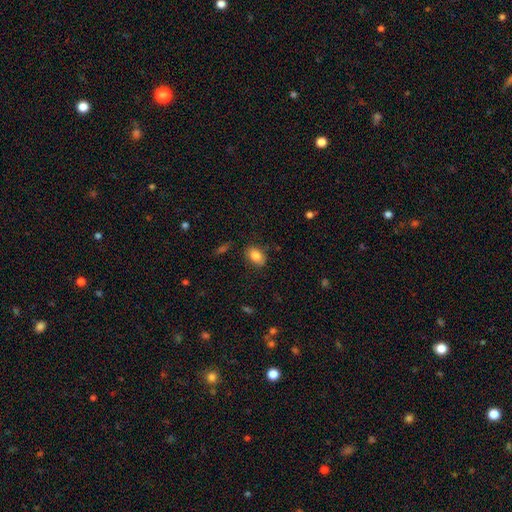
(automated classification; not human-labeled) smooth-or-featured: smooth: 84% | star or artifact: 8% | featured or disk: 8%
  how-rounded: in between: 82% | round: 16% | cigar-shaped: 2%
  merging: none: 81% | minor disturbance: 14% | major disturbance: 3% | merger: 2%